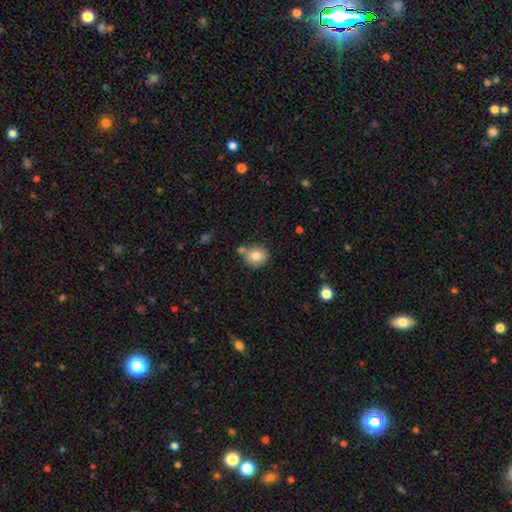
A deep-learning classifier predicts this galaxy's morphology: type=smooth (80%); roundness=round (82%); merging=none (63%).